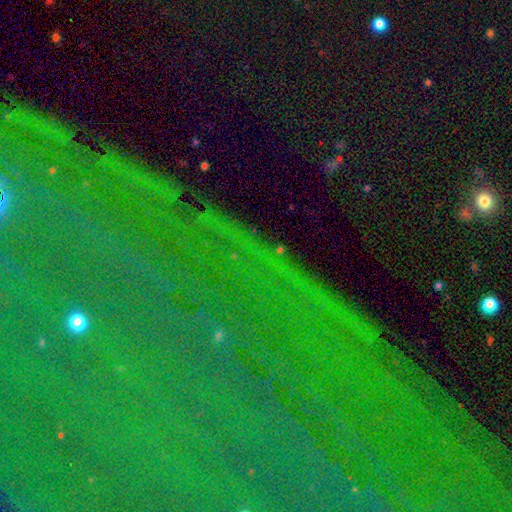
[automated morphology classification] The model was most divided on "smooth or featured": star or artifact: 84%, featured or disk: 9%, smooth: 7%.